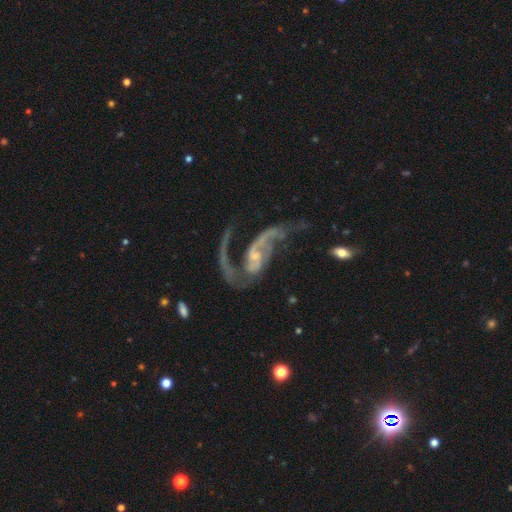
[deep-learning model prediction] featured or disk 88%, star or artifact 6%, smooth 6%. Down the decision tree: edge-on disk — no (96%); bar — no (50%); spiral arms — yes (91%); spiral arm count — 2 (79%); spiral winding — loose (72%); bulge size — small (65%); merging — major disturbance (42%).